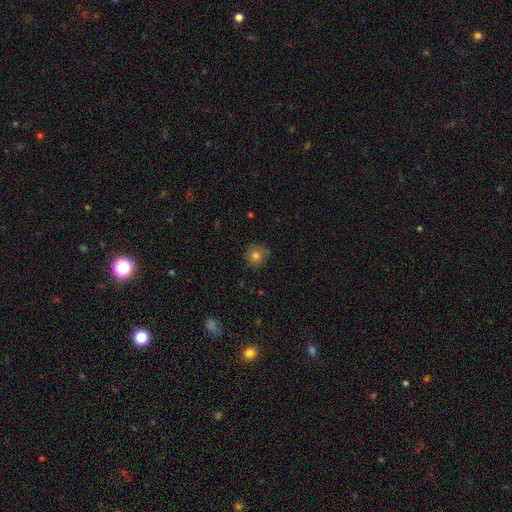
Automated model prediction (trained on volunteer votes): Morphology: type=smooth (80%); roundness=round (92%); merging=none (80%).